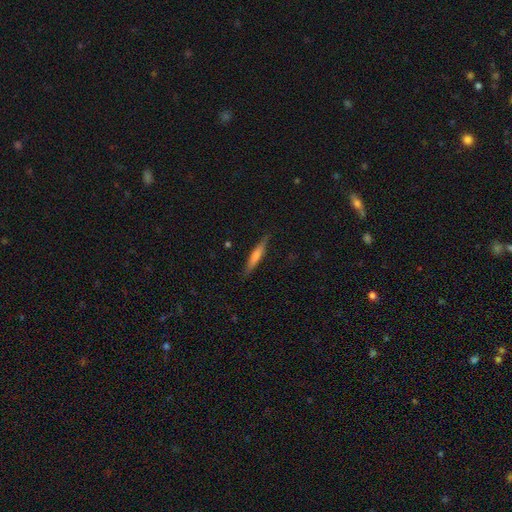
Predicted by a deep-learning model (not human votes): Smooth or featured? smooth (53%)
How rounded? cigar-shaped (92%)
Merging? none (87%)